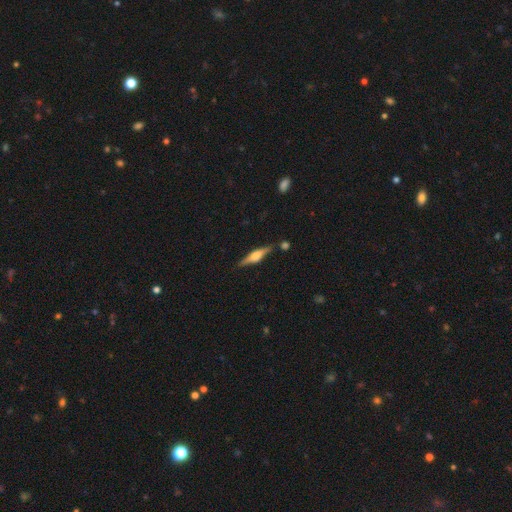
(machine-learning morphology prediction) smooth_or_featured: featured or disk (p=0.71) [alt: smooth p=0.22]
disk_edge_on: yes (p=0.97) [alt: no p=0.03]
edge_on_bulge: rounded (p=0.82) [alt: boxy p=0.16]
merging: none (p=0.83) [alt: minor disturbance p=0.10]